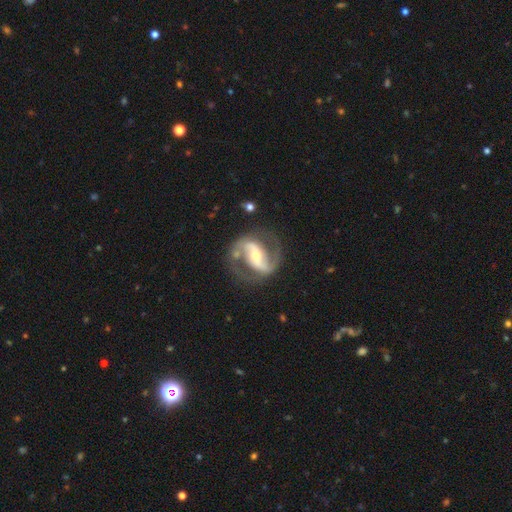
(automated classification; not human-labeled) The model was most divided on "bulge size": moderate: 53%, small: 40%, large: 5%, none: 1%, dominant: 1%. More confident: edge-on disk — no (97%); spiral arms — yes (97%); spiral arm count — 2 (93%); smooth or featured — featured or disk (91%); merging — none (77%); spiral winding — medium (56%); bar — strong (51%).